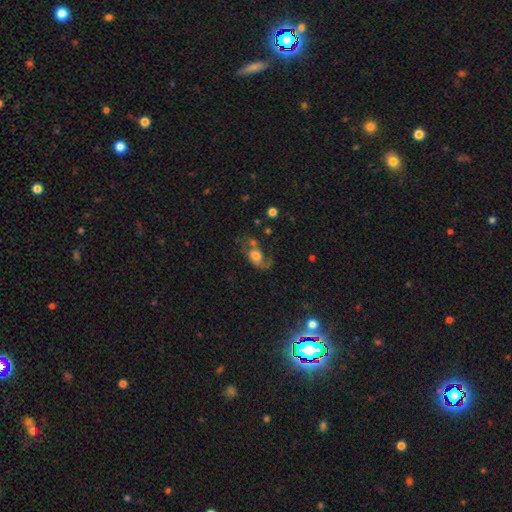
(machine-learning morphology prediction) A smooth galaxy with no disk features (48%). Merging: none (34%).